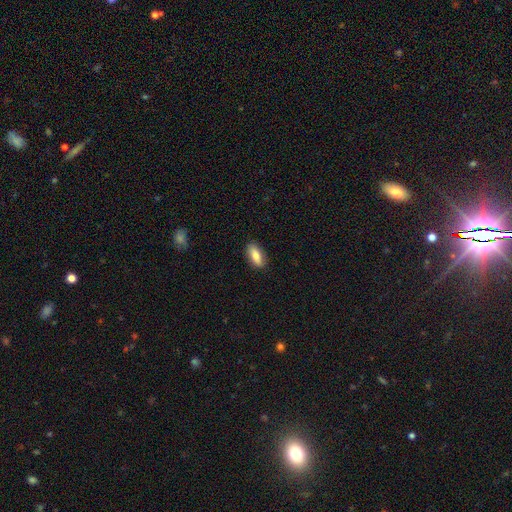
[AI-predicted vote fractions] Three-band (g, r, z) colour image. It shows a smooth galaxy with no disk features (80%) that is in between round and cigar-shaped (79%). Merging: none (87%).